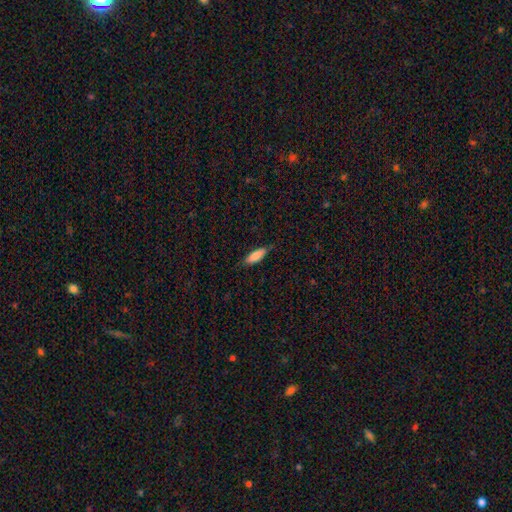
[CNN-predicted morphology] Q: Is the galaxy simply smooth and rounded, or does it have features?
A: smooth — 84%.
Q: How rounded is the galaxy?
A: in between — 59%.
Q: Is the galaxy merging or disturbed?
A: none — 78%.